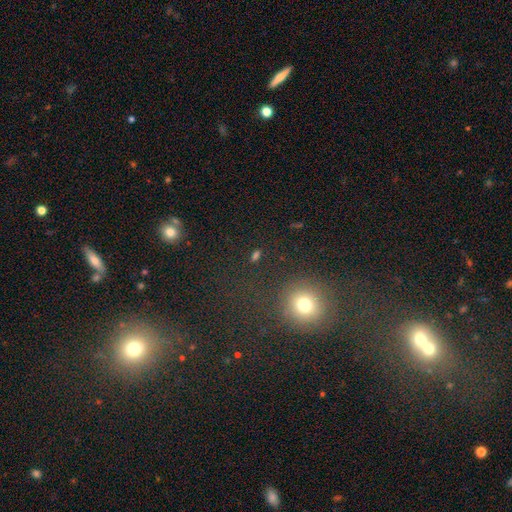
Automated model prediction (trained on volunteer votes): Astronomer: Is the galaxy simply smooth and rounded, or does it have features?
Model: smooth — 58%.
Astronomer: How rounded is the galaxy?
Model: round — 60%.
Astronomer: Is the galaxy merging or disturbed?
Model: none — 82%.